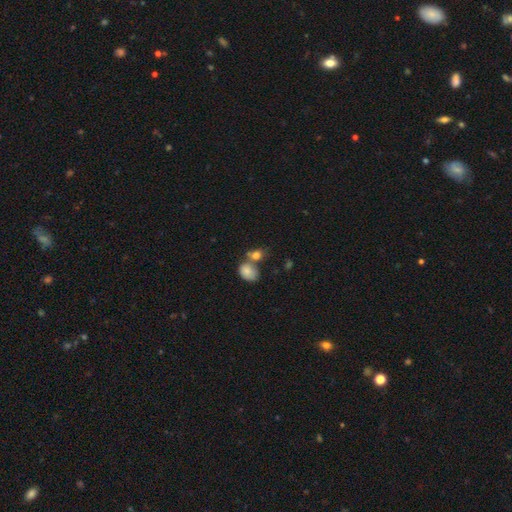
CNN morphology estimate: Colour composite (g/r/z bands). It shows a smooth galaxy with no disk features (80%) that is in between round and cigar-shaped (56%). Merging: none (43%).